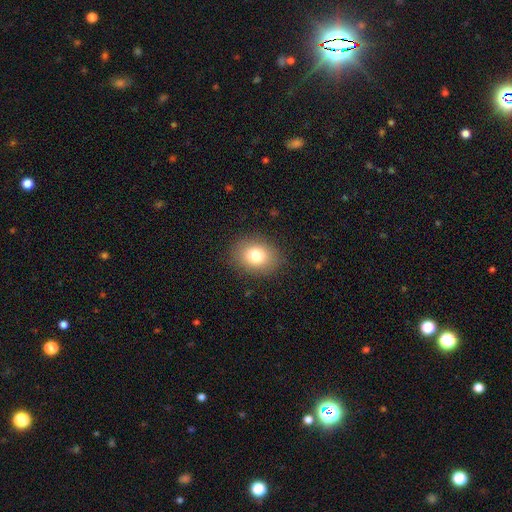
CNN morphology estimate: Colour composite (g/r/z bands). It shows a smooth galaxy with no disk features (79%) that is in between round and cigar-shaped (55%). Merging: none (87%).